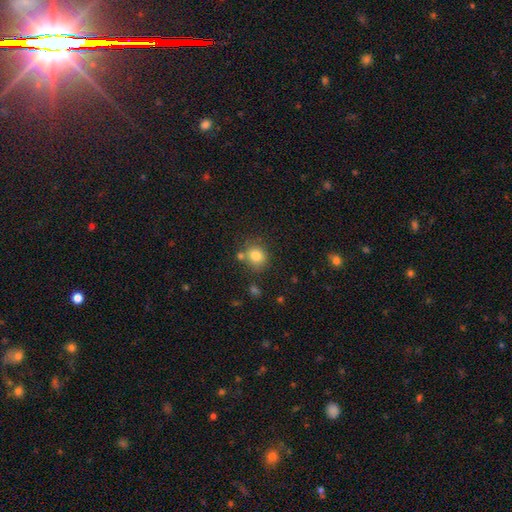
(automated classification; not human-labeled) Smooth or featured? Predicted: smooth (p=0.81). How rounded? Predicted: round (p=0.76). Merging? Predicted: none (p=0.68).